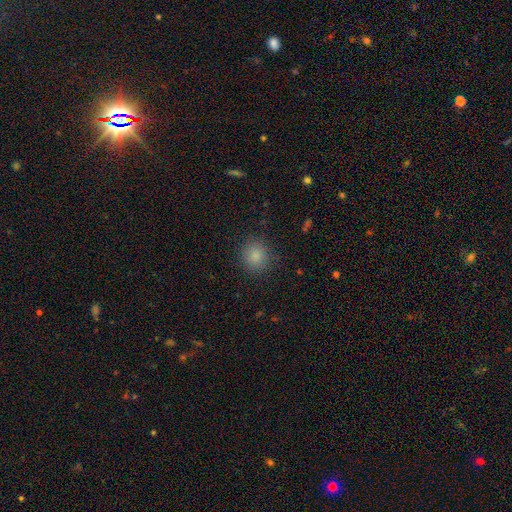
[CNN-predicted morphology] A smooth galaxy with no disk features (84%) that is round (87%). Merging: none (87%).